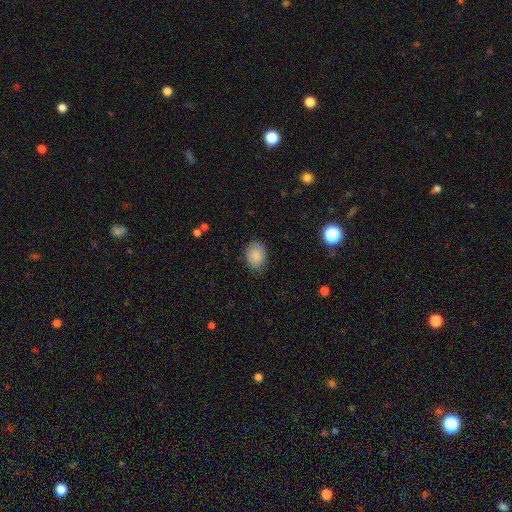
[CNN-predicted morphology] Overall: smooth (87%). How rounded: in between (66%; round 33%). Merging: none (78%).